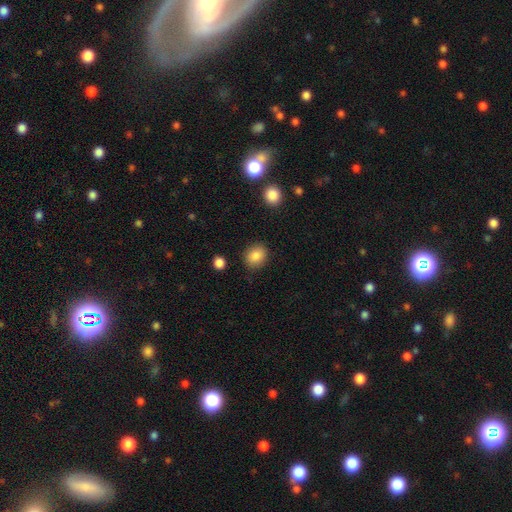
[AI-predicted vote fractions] Overall: smooth (86%). How rounded: round (55%; in between 44%). Merging: none (86%).